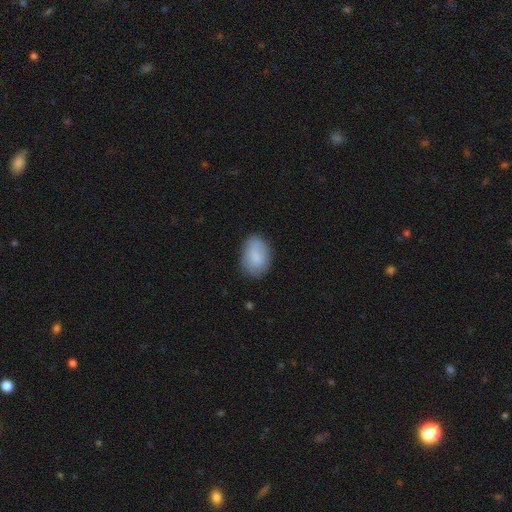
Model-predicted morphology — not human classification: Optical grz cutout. It shows a smooth galaxy with no disk features (83%) that is in between round and cigar-shaped (85%). Merging: none (78%).